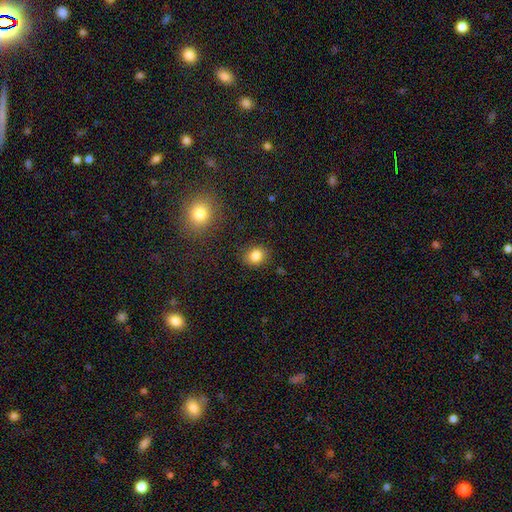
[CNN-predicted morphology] The model was most divided on "how rounded": round: 62%, in between: 37%, cigar-shaped: 1%. More confident: merging — none (86%); smooth or featured — smooth (83%).